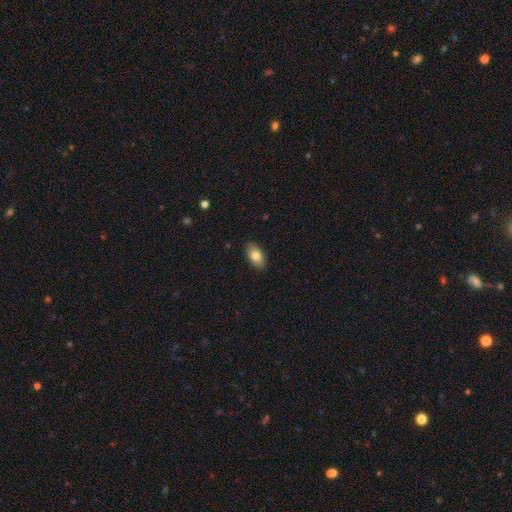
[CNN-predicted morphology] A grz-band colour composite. It shows a smooth galaxy with no disk features (81%) that is in between round and cigar-shaped (93%). Merging: none (89%).